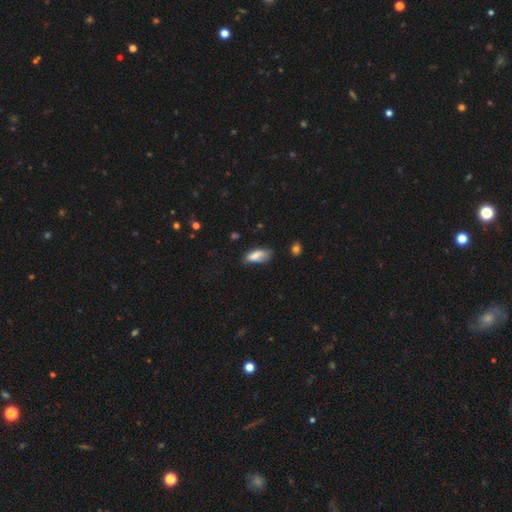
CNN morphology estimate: A smooth galaxy with no disk features (76%) that is in between round and cigar-shaped (85%).

Vote fractions:
- Smooth or featured? smooth: 76% / featured or disk: 16% / star or artifact: 8%
- How rounded? in between: 85% / cigar-shaped: 13% / round: 2%
- Merging? none: 44% / minor disturbance: 37% / major disturbance: 15% / merger: 4%